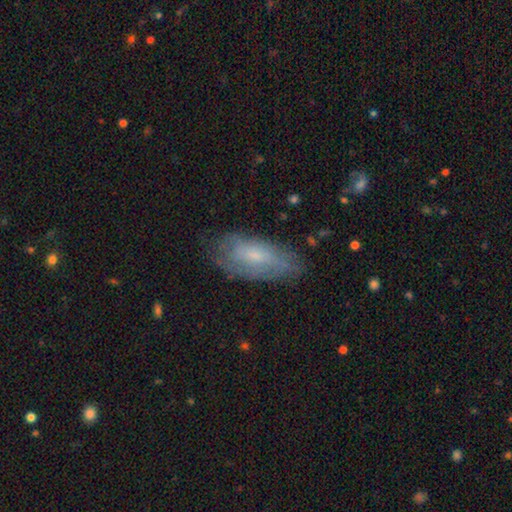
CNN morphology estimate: Smooth or featured? Predicted: smooth (p=0.51). How rounded? Predicted: in between (p=0.83). Merging? Predicted: none (p=0.65).